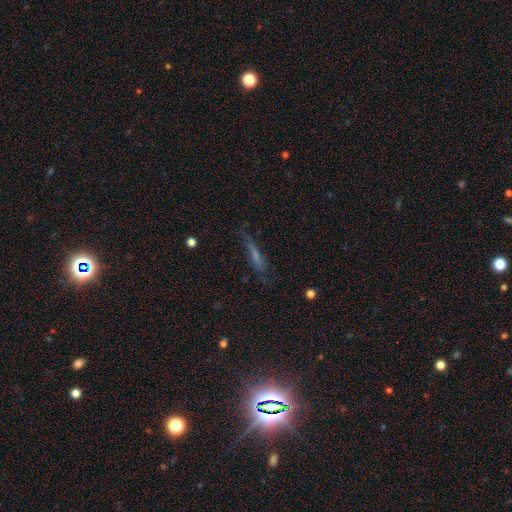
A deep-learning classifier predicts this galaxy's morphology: Overall: featured or disk (47%; smooth 35%). Merging: none (70%).